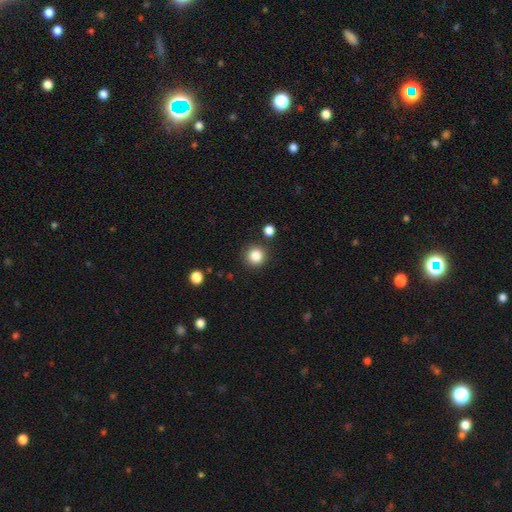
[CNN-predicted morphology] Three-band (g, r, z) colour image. It shows a smooth galaxy with no disk features (85%) that is round (92%). Merging: none (87%).